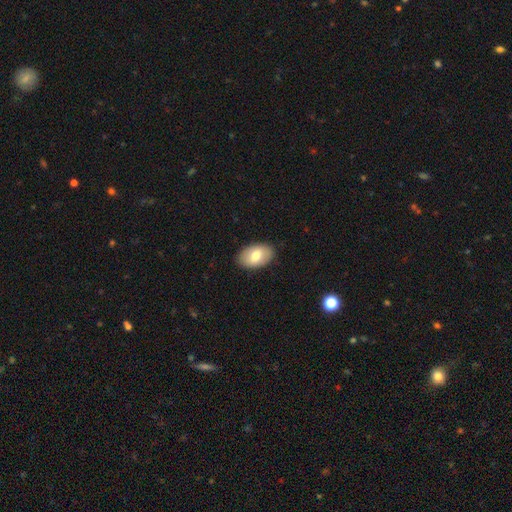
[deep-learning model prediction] smooth-or-featured: smooth: 75% | featured or disk: 19% | star or artifact: 6%
  how-rounded: in between: 93% | round: 6% | cigar-shaped: 1%
  merging: none: 88% | minor disturbance: 9% | major disturbance: 2% | merger: 1%